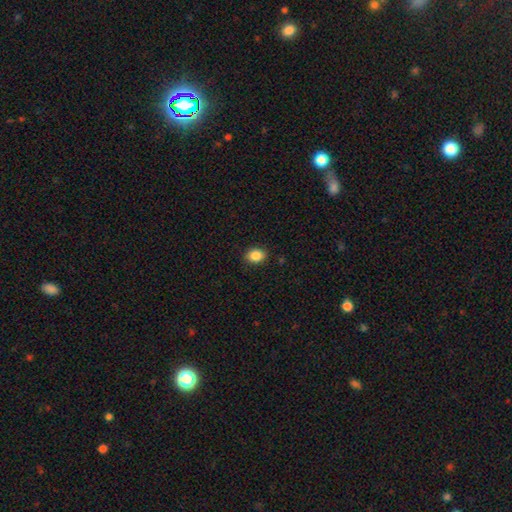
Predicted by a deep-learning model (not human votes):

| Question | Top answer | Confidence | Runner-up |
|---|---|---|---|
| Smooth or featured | smooth | 87% | star or artifact (9%) |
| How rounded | in between | 60% | round (39%) |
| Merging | none | 89% | minor disturbance (8%) |